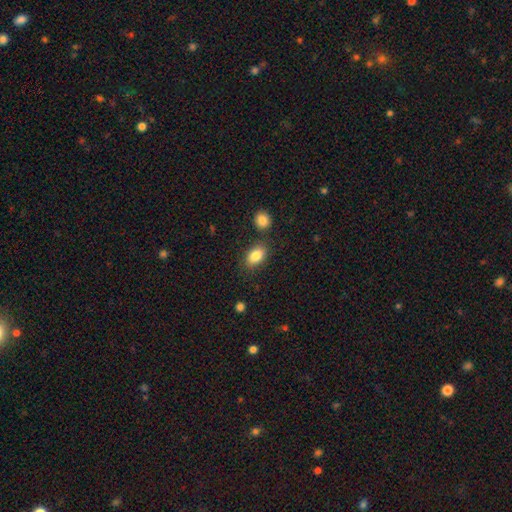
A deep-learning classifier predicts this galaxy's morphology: A smooth galaxy with no disk features (85%) that is in between round and cigar-shaped (88%).

Vote fractions:
- Smooth or featured? smooth: 85% / star or artifact: 8% / featured or disk: 7%
- How rounded? in between: 88% / round: 10% / cigar-shaped: 2%
- Merging? none: 79% / minor disturbance: 11% / merger: 7% / major disturbance: 3%